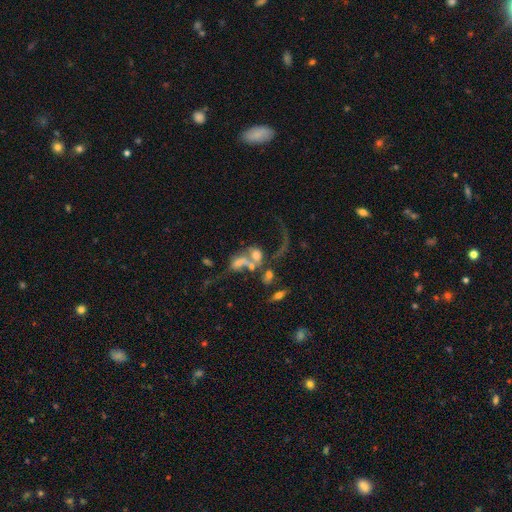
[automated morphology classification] The model was most divided on "smooth or featured": featured or disk: 52%, smooth: 32%, star or artifact: 16%. More confident: edge-on disk — no (94%); merging — merger (56%).